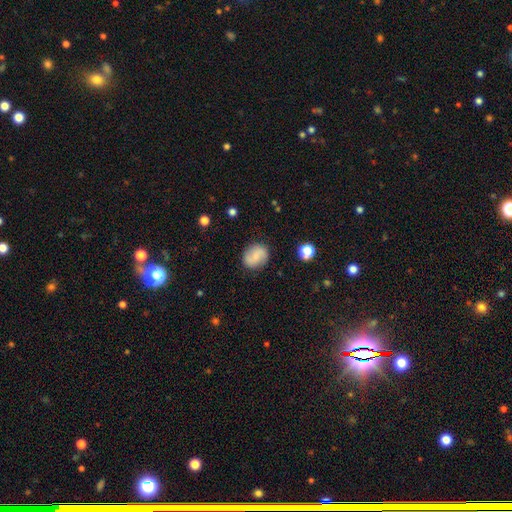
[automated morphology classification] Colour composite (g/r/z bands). It shows a smooth galaxy with no disk features (57%) that is round (56%). Merging: none (82%).